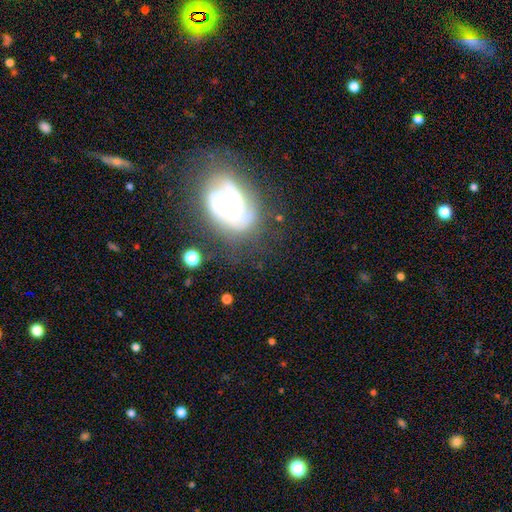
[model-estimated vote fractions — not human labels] Smooth or featured? Predicted: featured or disk (p=0.50). Merging? Predicted: none (p=0.63).